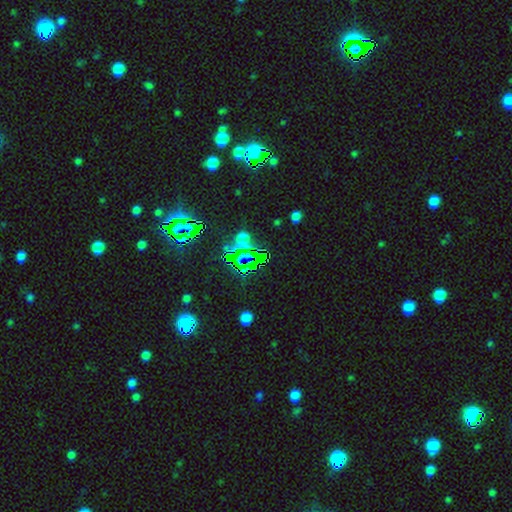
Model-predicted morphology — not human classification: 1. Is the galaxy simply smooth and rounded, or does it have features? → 76% star or artifact, 15% smooth, 9% featured or disk.